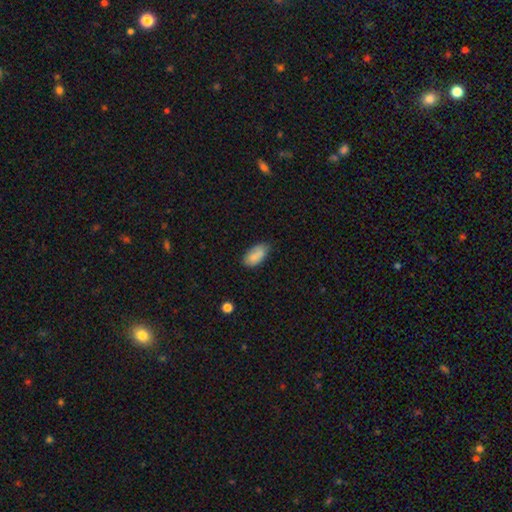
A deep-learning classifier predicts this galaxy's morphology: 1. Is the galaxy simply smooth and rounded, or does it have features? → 86% smooth, 7% featured or disk, 7% star or artifact.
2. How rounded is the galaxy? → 93% in between, 5% cigar-shaped, 3% round.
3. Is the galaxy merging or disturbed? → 72% none, 22% minor disturbance, 4% major disturbance, 2% merger.